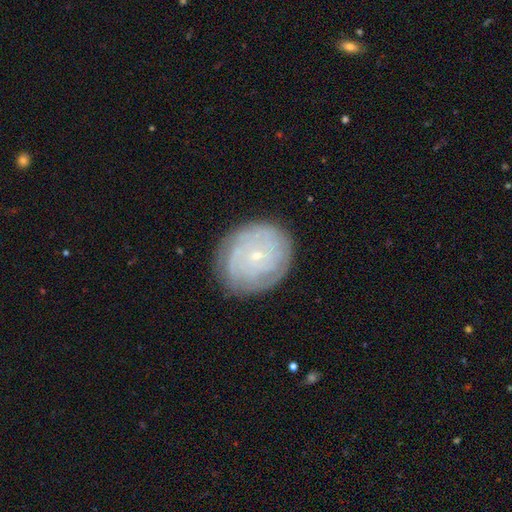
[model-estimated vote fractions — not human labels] Smooth or featured: featured or disk — 71% (smooth — 21%)
Edge-on disk: no — 97% (yes — 3%)
Bar: no — 80% (weak — 17%)
Spiral arms: yes — 88% (no — 12%)
Spiral winding: tight — 79% (medium — 16%)
Spiral arm count: can't tell — 46% (4 — 14%)
Bulge size: small — 87% (moderate — 10%)
Merging: none — 82% (minor disturbance — 13%)